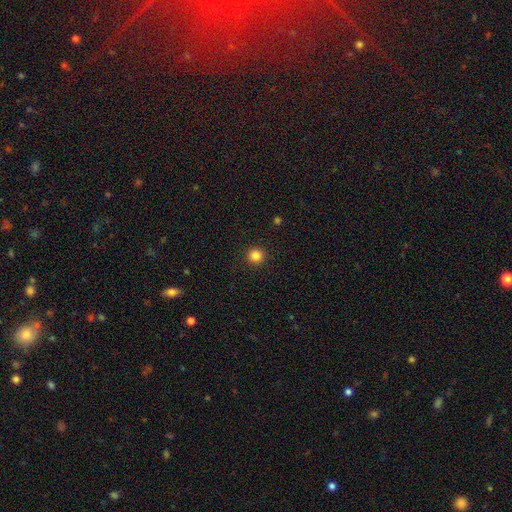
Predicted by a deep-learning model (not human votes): This appears to be a smooth galaxy with no disk features (85%) that is round (95%). Merging: none (93%).